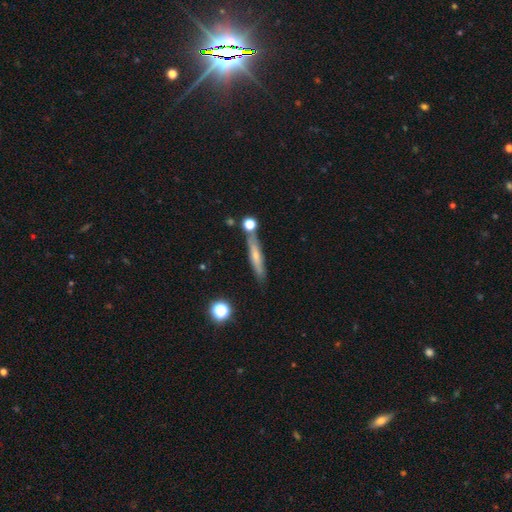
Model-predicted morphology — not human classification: smooth 50%, featured or disk 42%, star or artifact 8%. Down the decision tree: merging — none (74%).